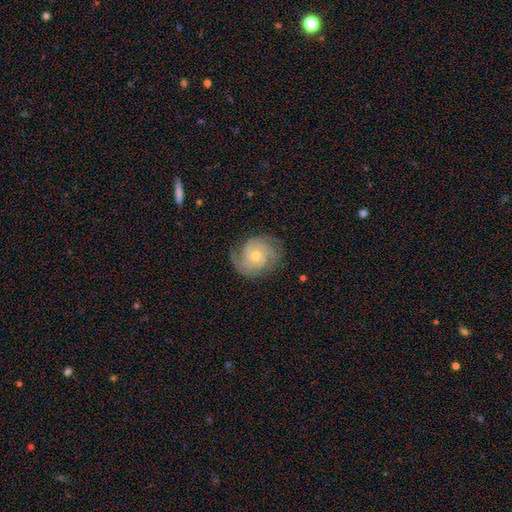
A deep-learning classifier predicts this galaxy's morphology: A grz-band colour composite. It shows a featured or disk galaxy (85%) with no bar (77%), 2 (30%) tight (67%) spiral arms (97%) and a small central bulge (54%). Merging: none (78%).